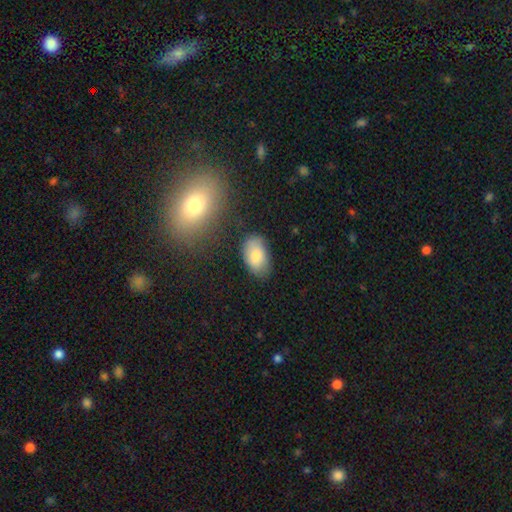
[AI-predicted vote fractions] Overall: smooth (80%). How rounded: in between (92%). Merging: none (73%).